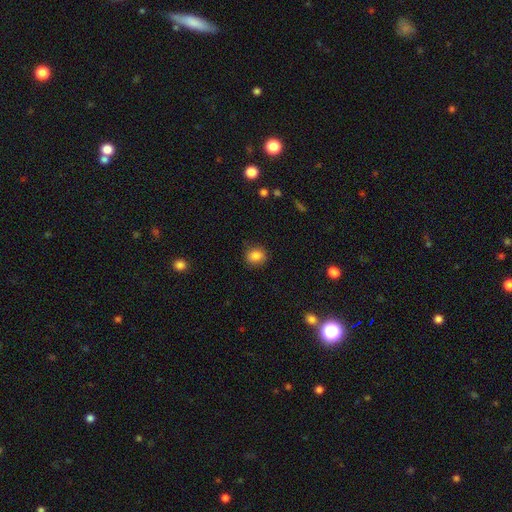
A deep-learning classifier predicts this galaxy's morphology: Overall: smooth (84%). How rounded: round (70%). Merging: none (84%).